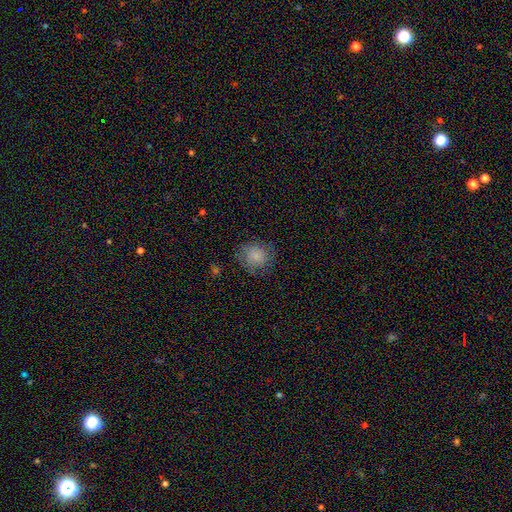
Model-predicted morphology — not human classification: Overall: smooth (77%). How rounded: round (83%). Merging: none (72%).